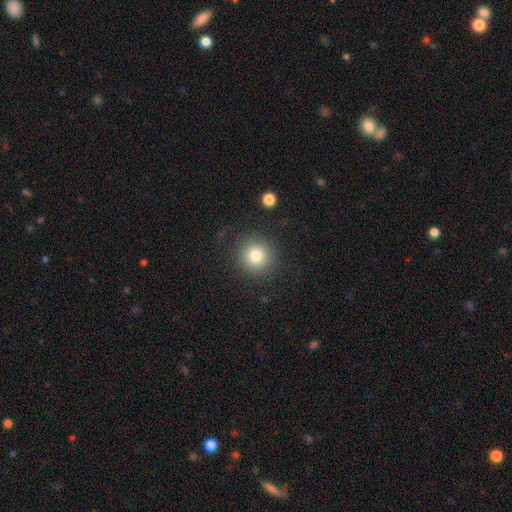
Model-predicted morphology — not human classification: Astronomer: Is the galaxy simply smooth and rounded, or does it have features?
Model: smooth — 79%.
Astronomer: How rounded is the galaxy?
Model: round — 93%.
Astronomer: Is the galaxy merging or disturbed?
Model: none — 87%.